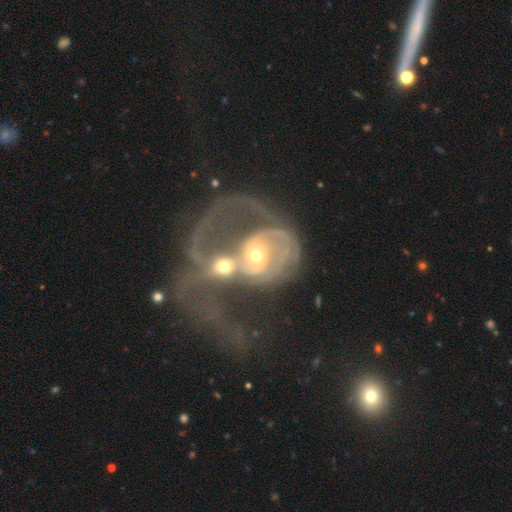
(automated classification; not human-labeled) smooth_or_featured: featured or disk (p=0.73) [alt: smooth p=0.18]
disk_edge_on: no (p=0.97) [alt: yes p=0.03]
bar: no (p=0.72) [alt: weak p=0.21]
has_spiral_arms: yes (p=0.57) [alt: no p=0.43]
bulge_size: moderate (p=0.54) [alt: small p=0.37]
merging: merger (p=0.73) [alt: major disturbance p=0.16]